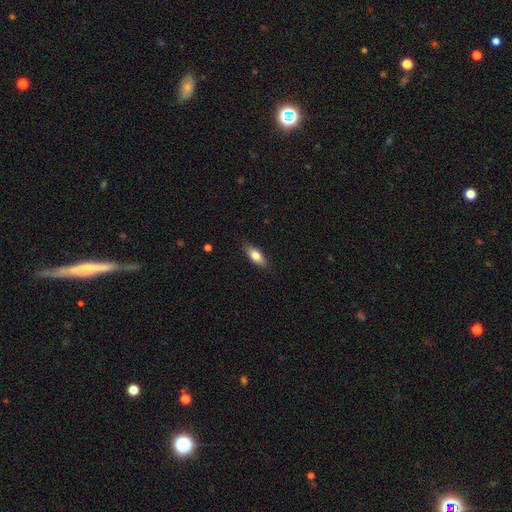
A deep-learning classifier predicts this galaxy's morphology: Smooth or featured? Predicted: smooth (p=0.73). How rounded? Predicted: in between (p=0.72). Merging? Predicted: none (p=0.87).